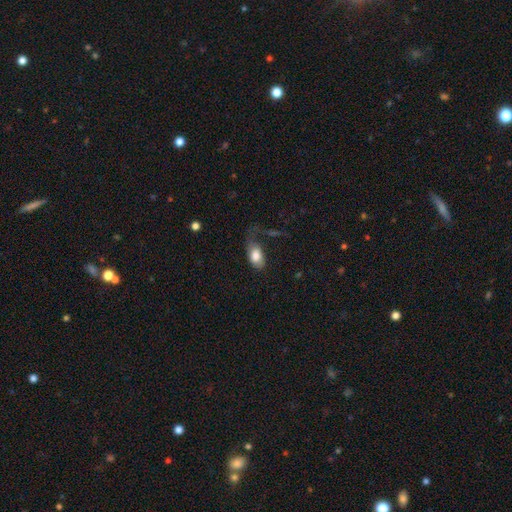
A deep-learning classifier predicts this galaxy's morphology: smooth 78%, featured or disk 16%, star or artifact 7%. Down the decision tree: how rounded — in between (91%); merging — major disturbance (36%).